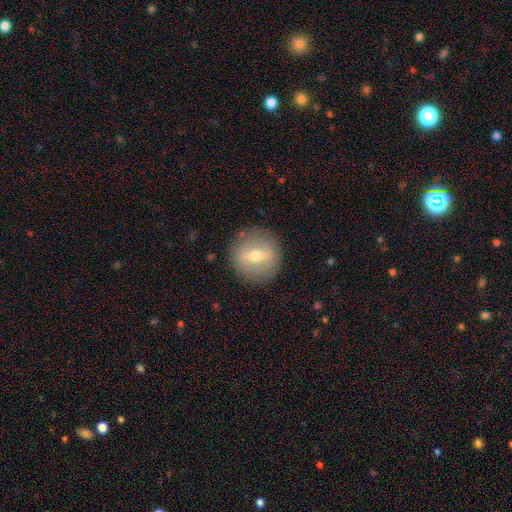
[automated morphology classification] A smooth galaxy with no disk features (50%) that is round (93%). Merging: none (88%).